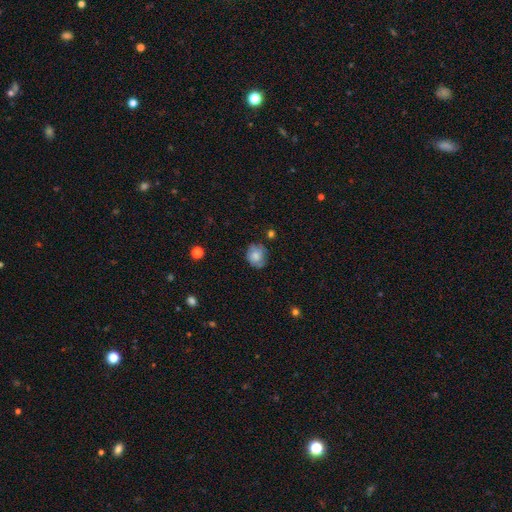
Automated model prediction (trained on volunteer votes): Smooth or featured: smooth — 70% (featured or disk — 21%)
How rounded: round — 76% (in between — 23%)
Merging: none — 67% (minor disturbance — 24%)